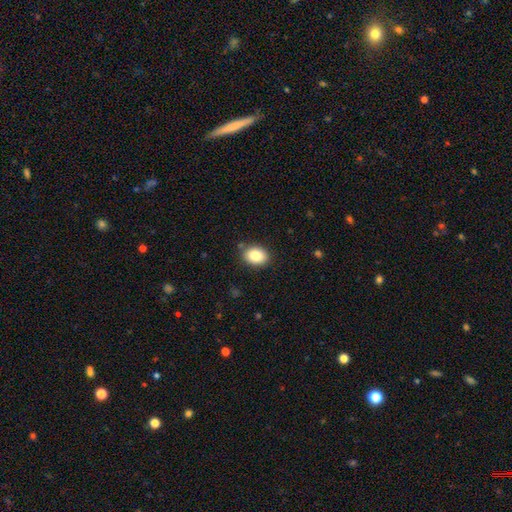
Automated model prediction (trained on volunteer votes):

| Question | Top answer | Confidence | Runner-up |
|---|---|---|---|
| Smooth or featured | smooth | 86% | star or artifact (8%) |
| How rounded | in between | 71% | round (28%) |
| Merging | none | 85% | minor disturbance (11%) |